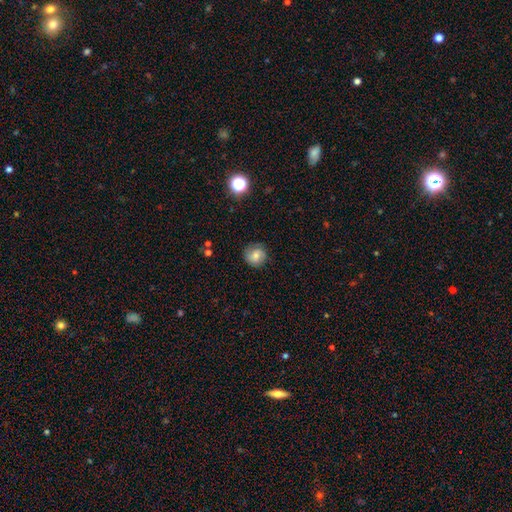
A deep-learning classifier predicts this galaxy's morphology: This appears to be a smooth galaxy with no disk features (65%) that is round (89%). Merging: none (77%).